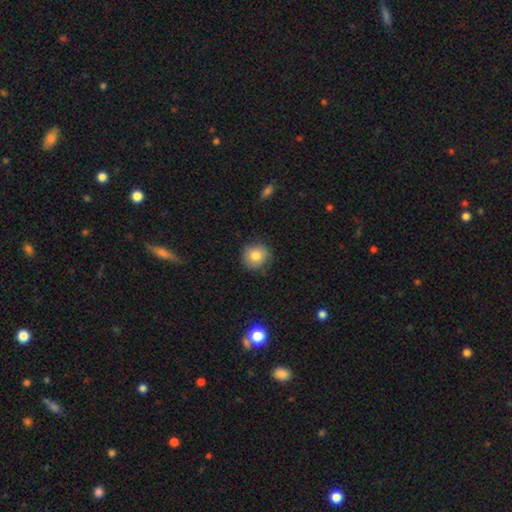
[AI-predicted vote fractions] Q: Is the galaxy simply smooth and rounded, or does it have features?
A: smooth — 81%.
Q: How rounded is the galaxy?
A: round — 90%.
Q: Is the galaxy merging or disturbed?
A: none — 84%.